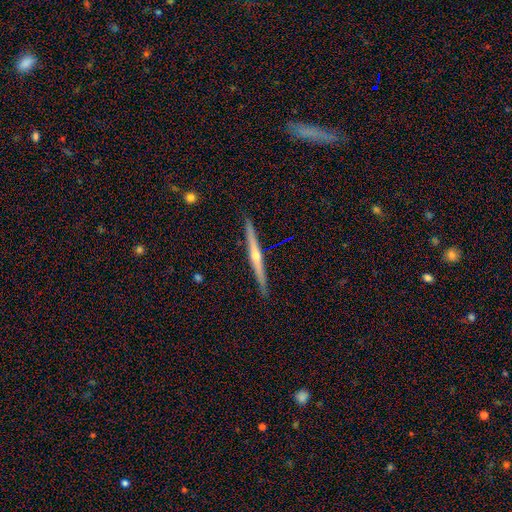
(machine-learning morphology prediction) type=featured or disk (78%); edge-on=yes (98%); edge-on bulge=rounded (86%); merging=none (91%).